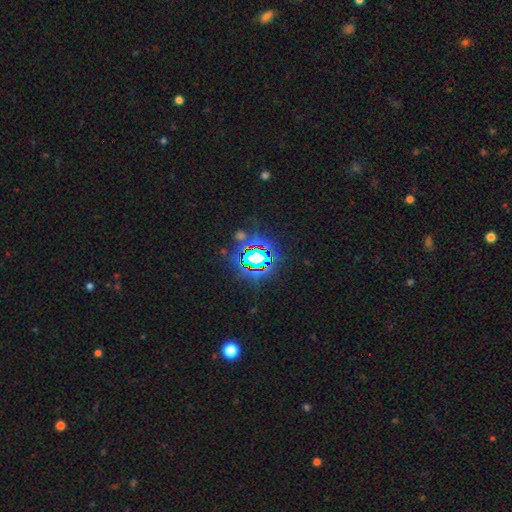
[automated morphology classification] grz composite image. It shows a star or artifact, not a galaxy (75%).